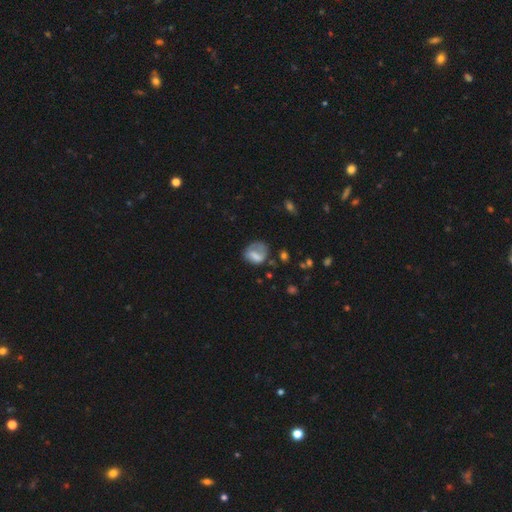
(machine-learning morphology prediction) smooth_or_featured: smooth (p=0.62) [alt: featured or disk p=0.28]
how_rounded: round (p=0.51) [alt: in between p=0.48]
merging: none (p=0.40) [alt: minor disturbance p=0.29]